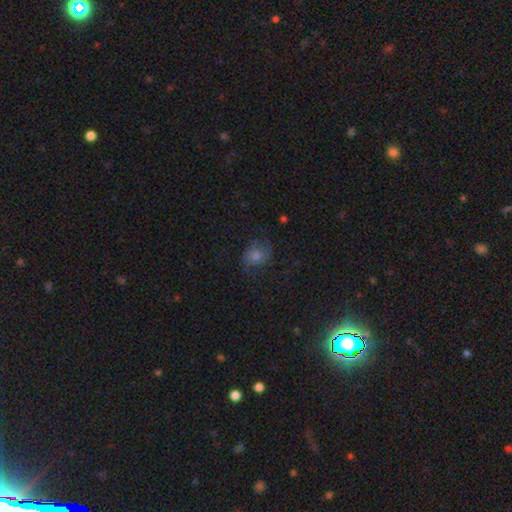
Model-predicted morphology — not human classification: Smooth or featured: featured or disk — 40% (smooth — 39%)
Merging: none — 67% (minor disturbance — 20%)